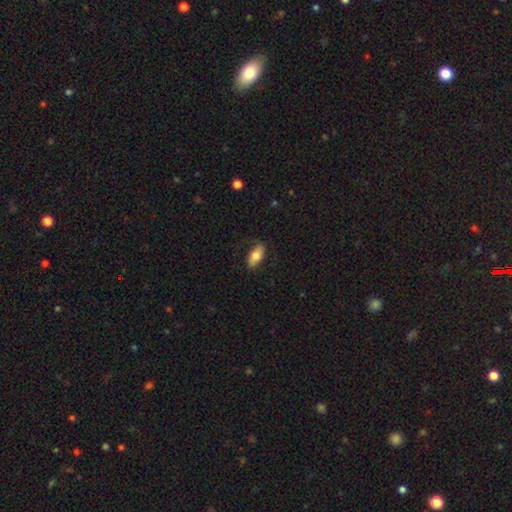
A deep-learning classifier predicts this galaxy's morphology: A smooth galaxy with no disk features (68%) that is in between round and cigar-shaped (85%). Merging: none (75%).